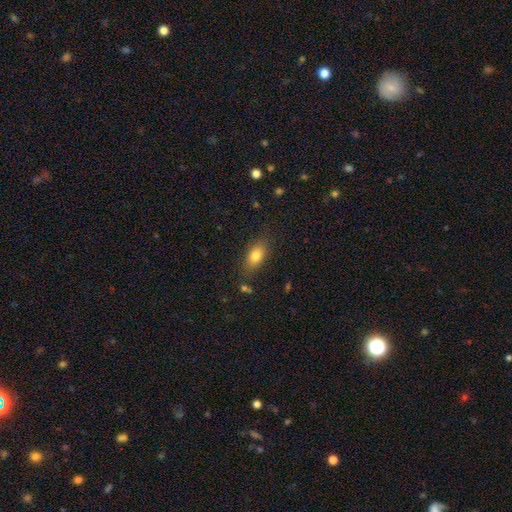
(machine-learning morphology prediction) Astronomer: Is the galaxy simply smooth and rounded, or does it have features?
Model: smooth — 80%.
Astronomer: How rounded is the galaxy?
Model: in between — 85%.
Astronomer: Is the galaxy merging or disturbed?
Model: none — 81%.